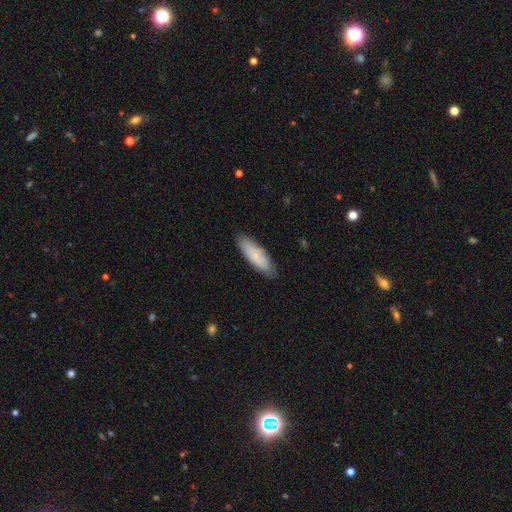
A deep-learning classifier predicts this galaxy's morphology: smooth 81%, featured or disk 13%, star or artifact 6%. Down the decision tree: how rounded — in between (50%); merging — none (85%).